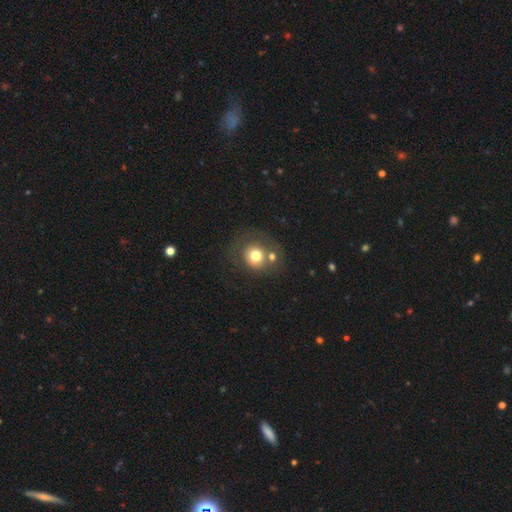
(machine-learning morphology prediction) smooth_or_featured: smooth (p=0.69) [alt: featured or disk p=0.21]
how_rounded: round (p=0.82) [alt: in between p=0.18]
merging: none (p=0.46) [alt: merger p=0.28]